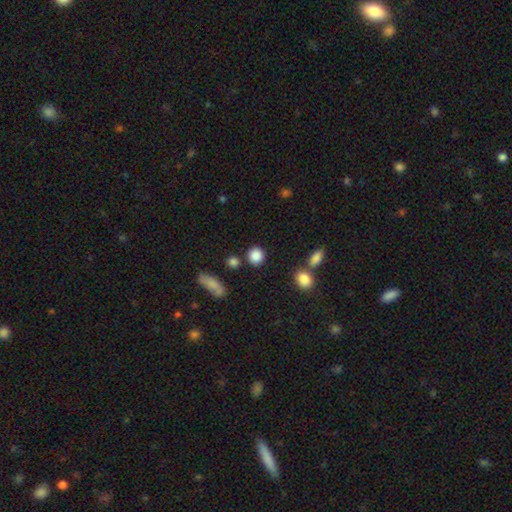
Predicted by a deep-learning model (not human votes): Q: Smooth or featured?
A: smooth (86%); runner-up: star or artifact (10%)
Q: How rounded?
A: round (86%); runner-up: in between (13%)
Q: Merging?
A: none (81%); runner-up: minor disturbance (9%)